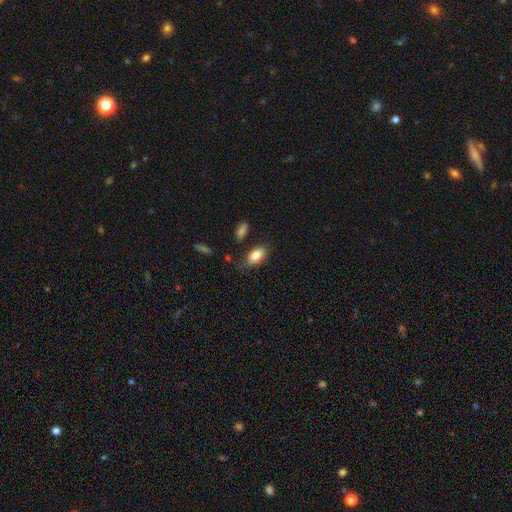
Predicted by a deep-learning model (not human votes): smooth_or_featured: smooth (p=0.83) [alt: featured or disk p=0.10]
how_rounded: in between (p=0.91) [alt: round p=0.06]
merging: none (p=0.69) [alt: minor disturbance p=0.21]